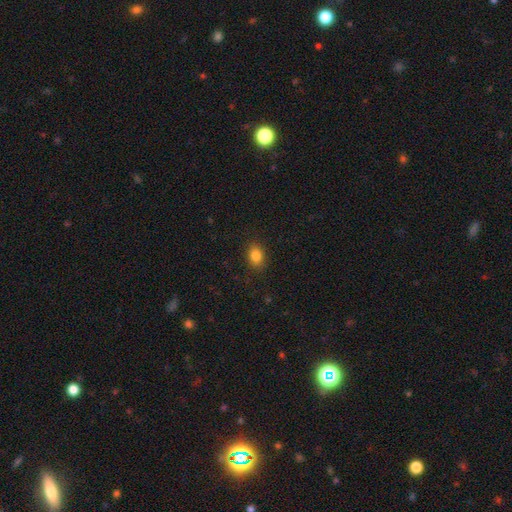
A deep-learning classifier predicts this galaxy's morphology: Smooth or featured? smooth (84%)
How rounded? in between (71%)
Merging? none (87%)